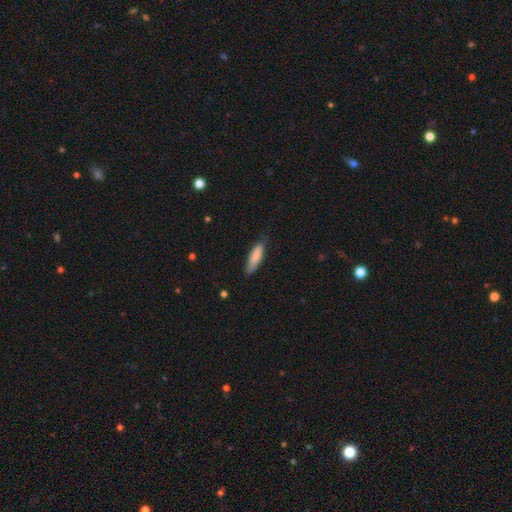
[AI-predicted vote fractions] smooth 79%, featured or disk 15%, star or artifact 6%. Down the decision tree: how rounded — cigar-shaped (62%); merging — none (69%).